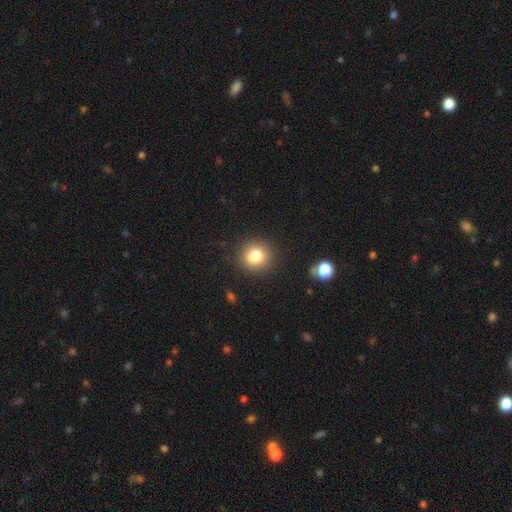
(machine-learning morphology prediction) smooth-or-featured: smooth: 81% | star or artifact: 11% | featured or disk: 8%
  how-rounded: round: 89% | in between: 10% | cigar-shaped: 1%
  merging: none: 88% | minor disturbance: 8% | major disturbance: 3% | merger: 2%